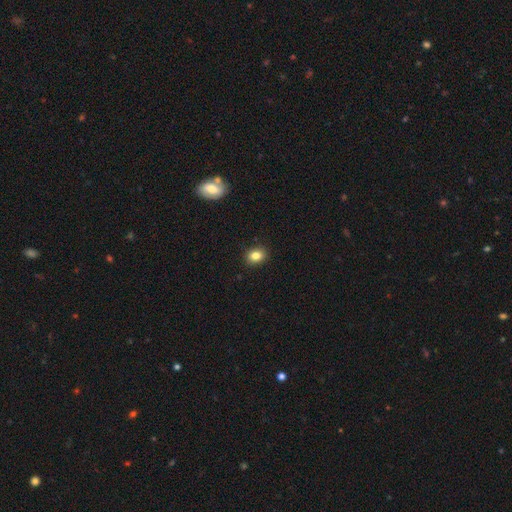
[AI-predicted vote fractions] This appears to be a smooth galaxy with no disk features (84%) that is in between round and cigar-shaped (60%). Merging: none (89%).